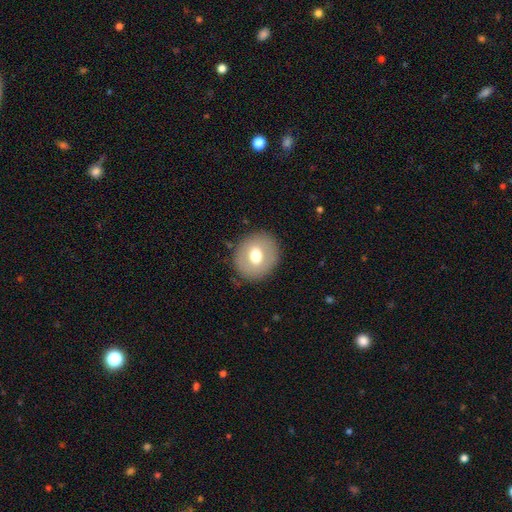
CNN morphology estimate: smooth-or-featured: smooth: 63% | featured or disk: 29% | star or artifact: 8%
  how-rounded: round: 76% | in between: 23% | cigar-shaped: 1%
  merging: none: 86% | minor disturbance: 9% | major disturbance: 4% | merger: 1%